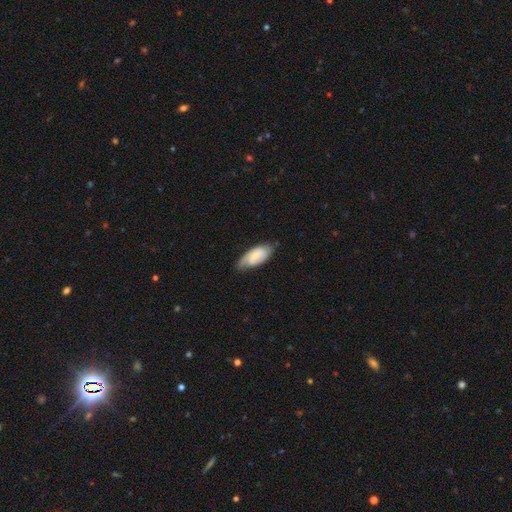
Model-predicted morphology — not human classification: type=smooth (47%, tied with featured or disk); merging=none (67%).